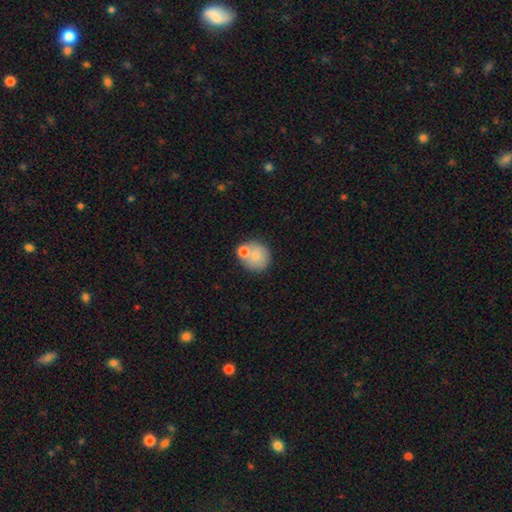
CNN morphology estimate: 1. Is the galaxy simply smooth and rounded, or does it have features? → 75% smooth, 17% featured or disk, 8% star or artifact.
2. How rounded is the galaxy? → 87% round, 12% in between, 1% cigar-shaped.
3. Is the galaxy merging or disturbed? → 57% none, 27% merger, 12% minor disturbance, 4% major disturbance.